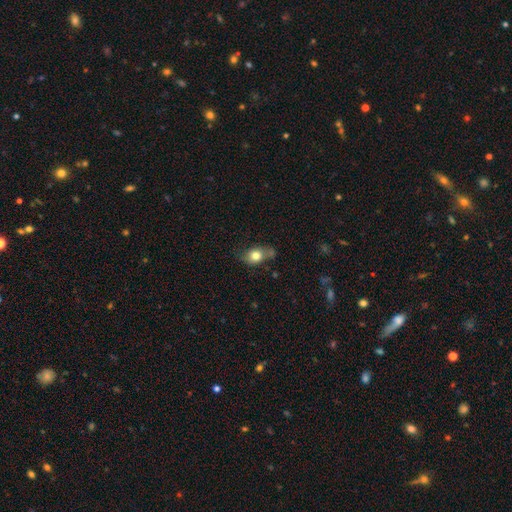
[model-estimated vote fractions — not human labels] This is likely a smooth galaxy (77%). How rounded: likely in between (66%). Merging: possibly none (54%).